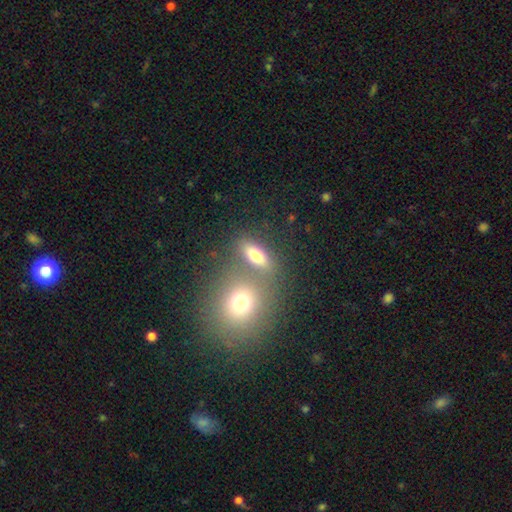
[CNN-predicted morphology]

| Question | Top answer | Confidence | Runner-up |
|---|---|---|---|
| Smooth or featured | smooth | 73% | featured or disk (14%) |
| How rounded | in between | 67% | round (21%) |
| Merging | none | 57% | merger (29%) |